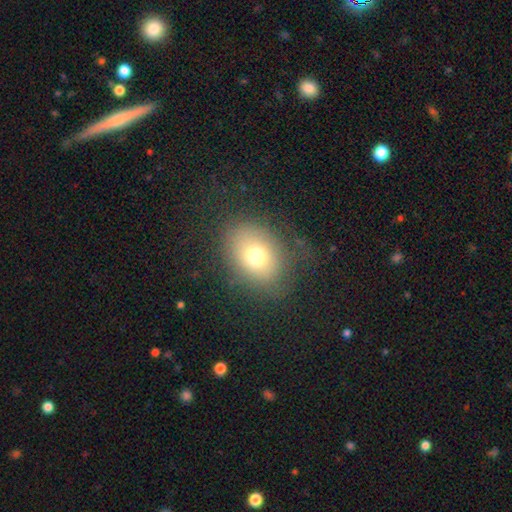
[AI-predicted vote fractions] smooth-or-featured: smooth: 71% | featured or disk: 16% | star or artifact: 12%
  how-rounded: in between: 63% | round: 36% | cigar-shaped: 1%
  merging: none: 74% | minor disturbance: 17% | major disturbance: 8% | merger: 1%